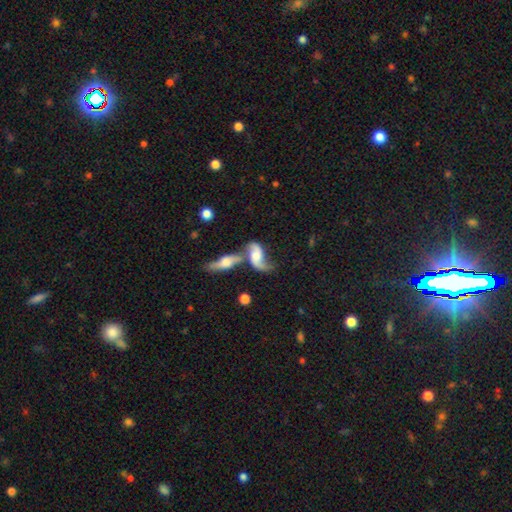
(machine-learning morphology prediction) Smooth or featured? Predicted: featured or disk (p=0.71). Edge-on disk? Predicted: no (p=0.88). Bar? Predicted: no (p=0.53). Spiral arms? Predicted: yes (p=0.91). Spiral winding? Predicted: loose (p=0.77). Spiral arm count? Predicted: 2 (p=0.86). Bulge size? Predicted: moderate (p=0.40). Merging? Predicted: merger (p=0.60).